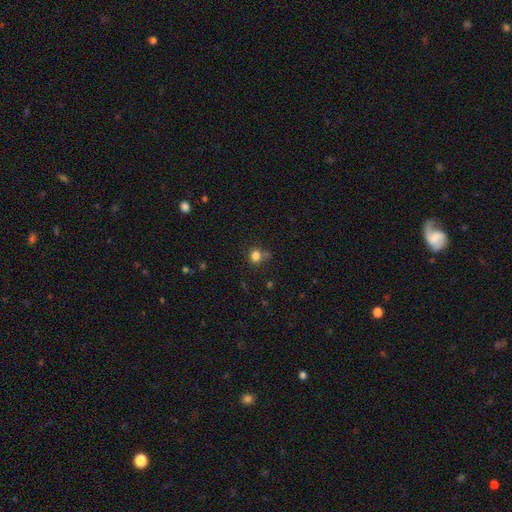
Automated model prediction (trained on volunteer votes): A smooth galaxy with no disk features (80%) that is round (76%).

Vote fractions:
- Smooth or featured? smooth: 80% / star or artifact: 14% / featured or disk: 6%
- How rounded? round: 76% / in between: 23% / cigar-shaped: 1%
- Merging? none: 62% / merger: 17% / minor disturbance: 16% / major disturbance: 6%